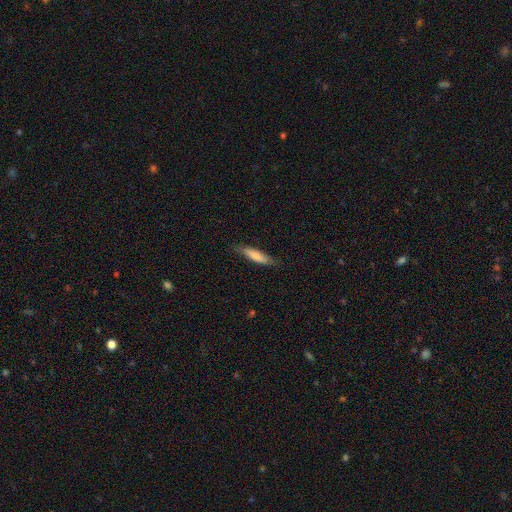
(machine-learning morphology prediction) Q: Smooth or featured?
A: smooth (76%); runner-up: featured or disk (18%)
Q: How rounded?
A: cigar-shaped (78%); runner-up: in between (21%)
Q: Merging?
A: none (80%); runner-up: minor disturbance (16%)